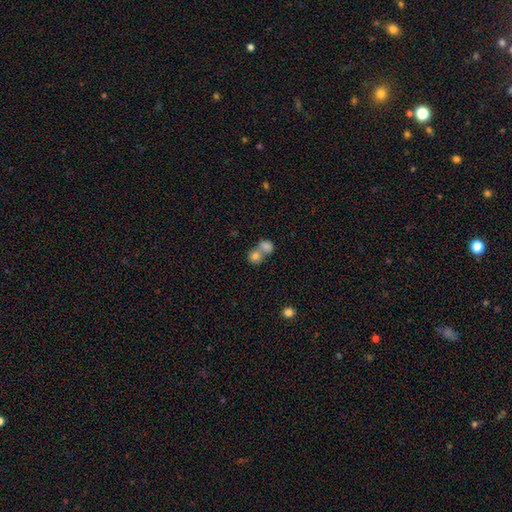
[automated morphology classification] Q: Smooth or featured?
A: smooth (80%); runner-up: featured or disk (11%)
Q: How rounded?
A: round (72%); runner-up: in between (27%)
Q: Merging?
A: merger (65%); runner-up: none (26%)